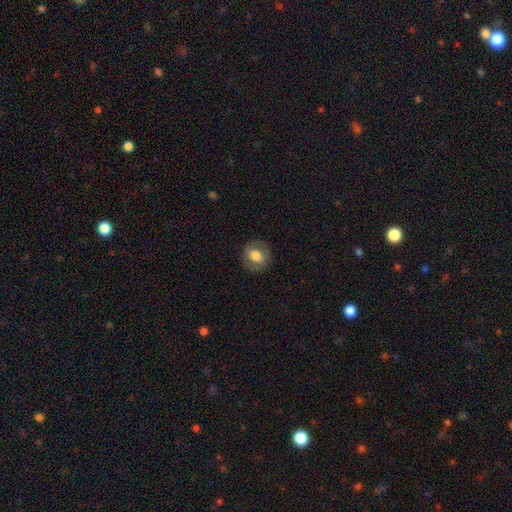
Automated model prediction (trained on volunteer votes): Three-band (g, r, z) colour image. It shows a smooth galaxy with no disk features (65%) that is round (69%). Merging: none (84%).